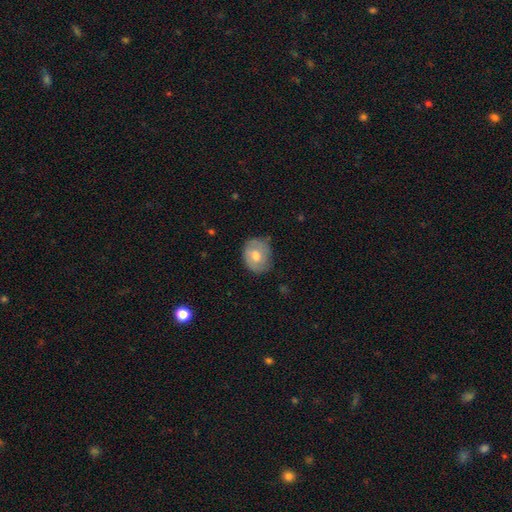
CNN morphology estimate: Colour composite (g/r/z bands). It shows a smooth galaxy with no disk features (62%) that is round (60%). Merging: none (70%).